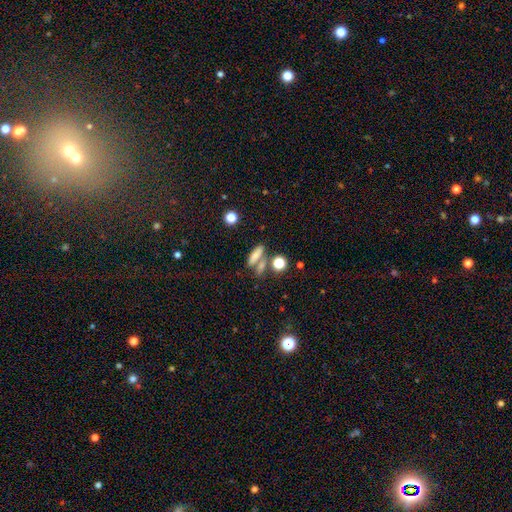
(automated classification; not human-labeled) Morphology: type=smooth (72%); roundness=cigar-shaped (49%); merging=none (52%).